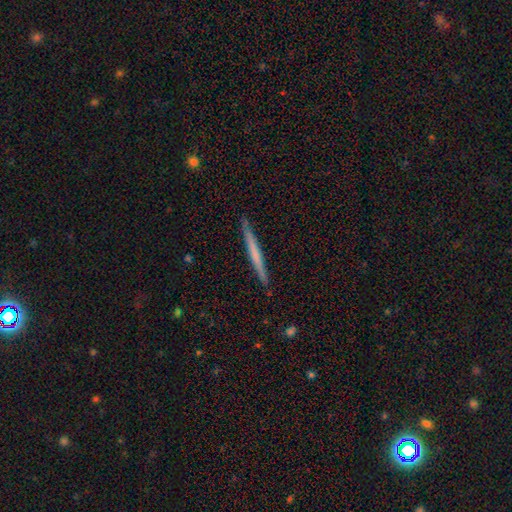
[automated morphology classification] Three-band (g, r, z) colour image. It shows a smooth galaxy with no disk features (53%) that is cigar-shaped (97%). Merging: none (90%).